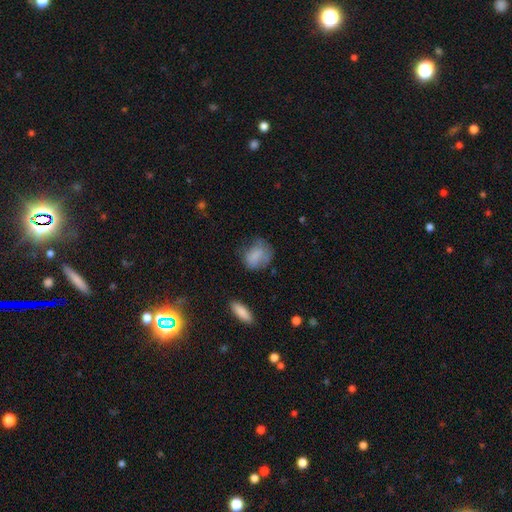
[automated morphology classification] smooth-or-featured: smooth: 76% | featured or disk: 15% | star or artifact: 9%
  how-rounded: in between: 54% | round: 45% | cigar-shaped: 2%
  merging: none: 52% | minor disturbance: 30% | major disturbance: 15% | merger: 3%